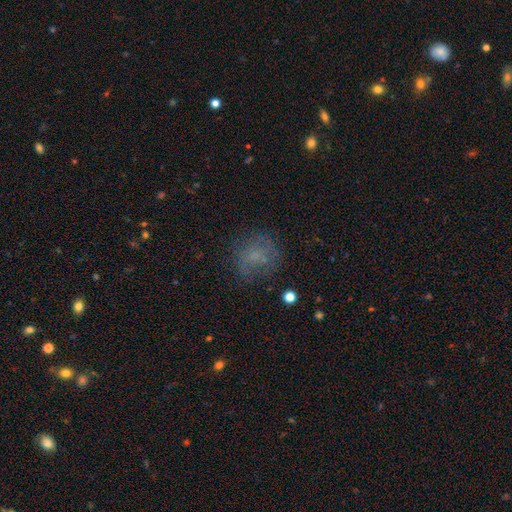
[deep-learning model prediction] The model was most divided on "smooth or featured": smooth: 57%, featured or disk: 24%, star or artifact: 19%. More confident: how rounded — round (72%); merging — none (63%).